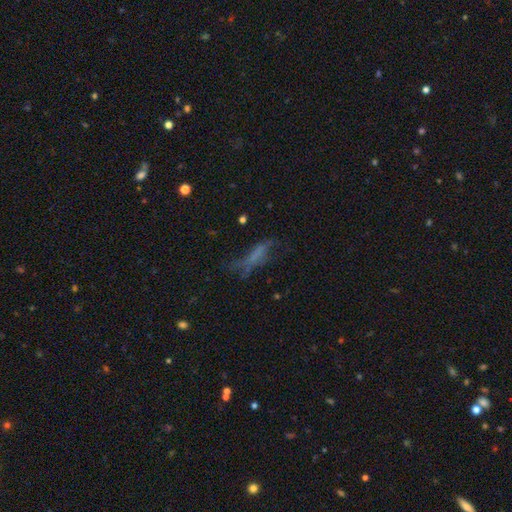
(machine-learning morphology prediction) Smooth or featured? smooth (46%)
Merging? none (38%)